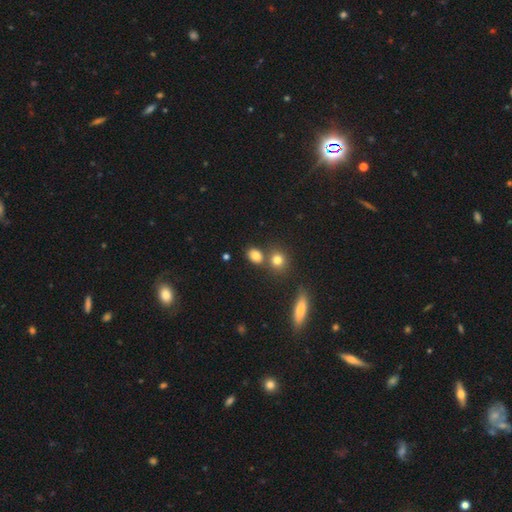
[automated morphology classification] Overall: smooth (79%). How rounded: in between (59%; round 39%). Merging: none (66%).